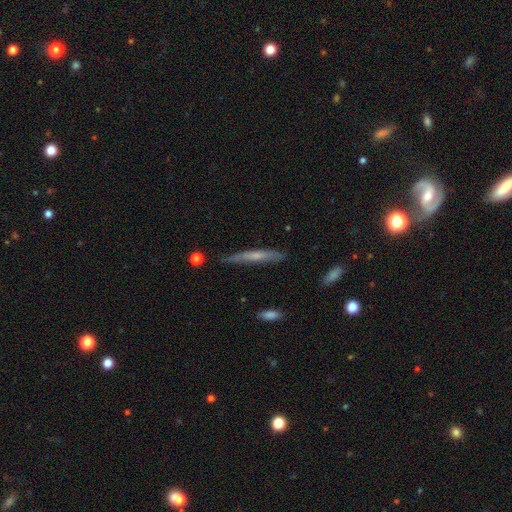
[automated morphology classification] Smooth or featured: smooth — 48% (featured or disk — 45%)
Merging: none — 74% (minor disturbance — 20%)